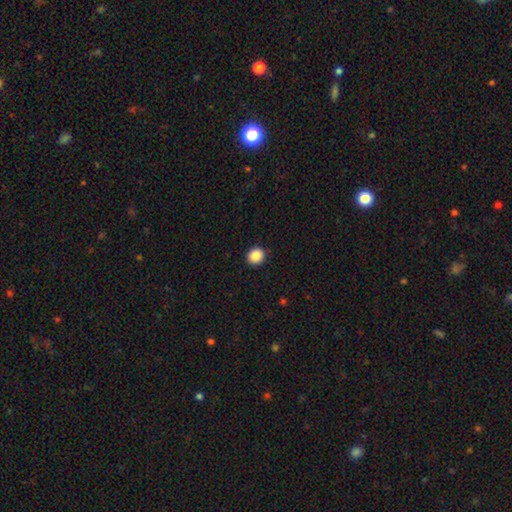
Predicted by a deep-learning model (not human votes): Smooth or featured: smooth — 89% (star or artifact — 9%)
How rounded: round — 86% (in between — 13%)
Merging: none — 93% (minor disturbance — 5%)